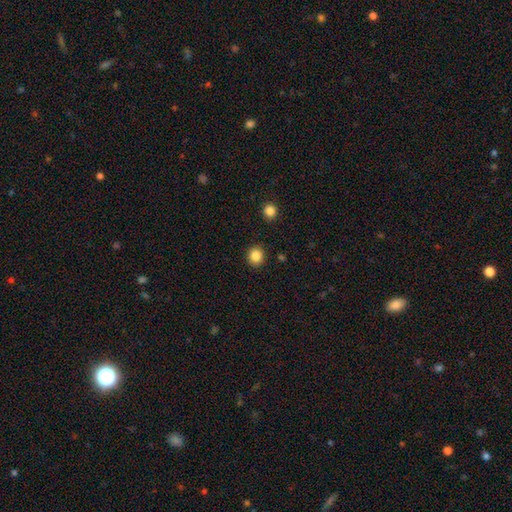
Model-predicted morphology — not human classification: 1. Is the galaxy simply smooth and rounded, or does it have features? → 86% smooth, 11% star or artifact, 4% featured or disk.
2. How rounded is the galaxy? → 87% round, 12% in between, 1% cigar-shaped.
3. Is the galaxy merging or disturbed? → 90% none, 6% minor disturbance, 2% major disturbance, 2% merger.